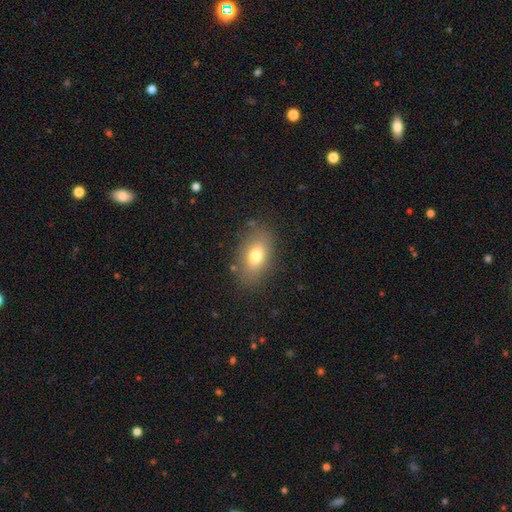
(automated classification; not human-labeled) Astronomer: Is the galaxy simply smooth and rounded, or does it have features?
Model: smooth — 74%.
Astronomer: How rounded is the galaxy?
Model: in between — 86%.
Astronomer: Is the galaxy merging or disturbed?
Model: none — 82%.